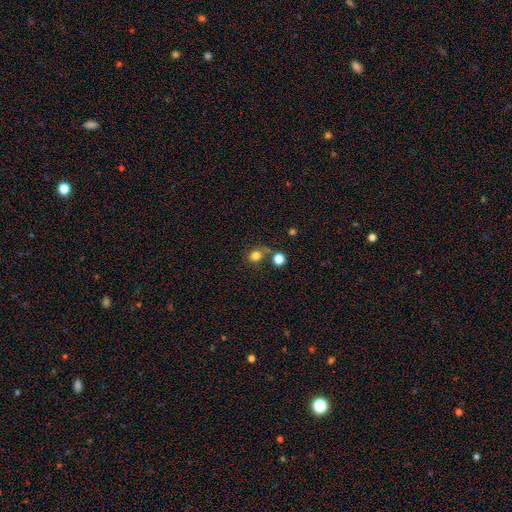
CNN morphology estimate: Smooth or featured?
  - smooth: 80% *
  - star or artifact: 12%
  - featured or disk: 8%
How rounded?
  - round: 75% *
  - in between: 24%
  - cigar-shaped: 1%
Merging?
  - none: 59% *
  - merger: 21%
  - minor disturbance: 14%
  - major disturbance: 7%